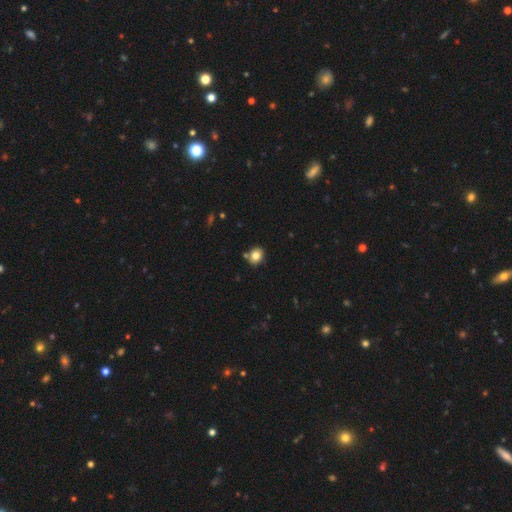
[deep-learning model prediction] A smooth galaxy with no disk features (81%) that is round (62%).

Vote fractions:
- Smooth or featured? smooth: 81% / star or artifact: 11% / featured or disk: 8%
- How rounded? round: 62% / in between: 37% / cigar-shaped: 1%
- Merging? none: 77% / minor disturbance: 12% / merger: 8% / major disturbance: 2%